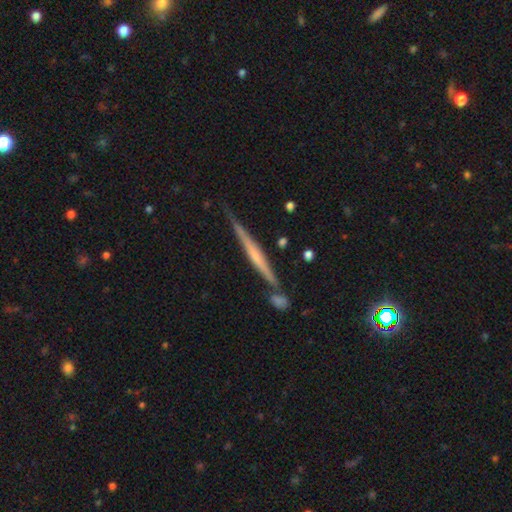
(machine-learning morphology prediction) type=featured or disk (67%); edge-on=yes (97%); edge-on bulge=none (51%); merging=none (73%).